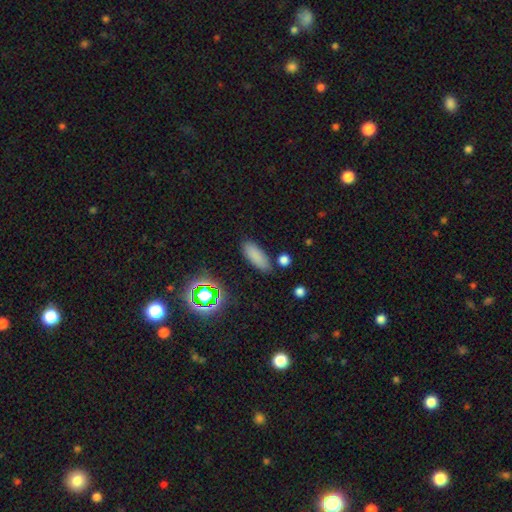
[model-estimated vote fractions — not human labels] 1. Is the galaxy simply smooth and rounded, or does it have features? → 80% smooth, 13% star or artifact, 6% featured or disk.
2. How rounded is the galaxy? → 68% in between, 29% cigar-shaped, 3% round.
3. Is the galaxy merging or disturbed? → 81% none, 12% minor disturbance, 4% merger, 3% major disturbance.